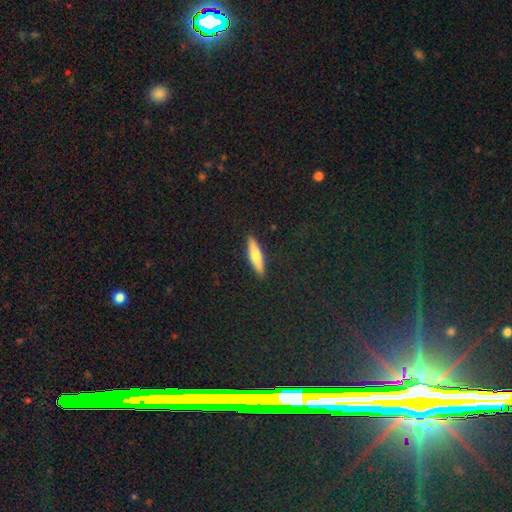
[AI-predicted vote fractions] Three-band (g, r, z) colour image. It shows a smooth galaxy with no disk features (60%) that is cigar-shaped (75%). Merging: none (90%).